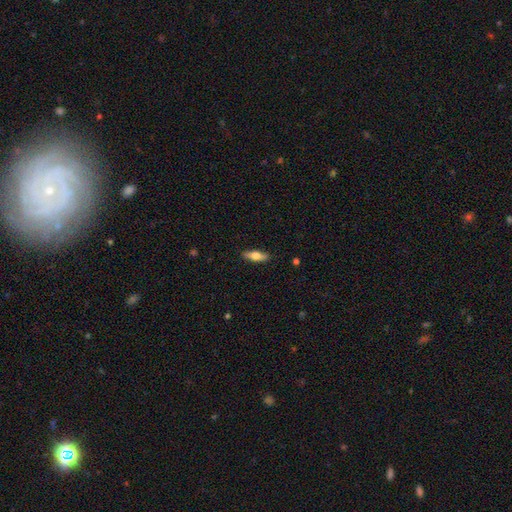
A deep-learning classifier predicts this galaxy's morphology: Smooth or featured: smooth — 59% (featured or disk — 36%)
How rounded: in between — 52% (cigar-shaped — 45%)
Merging: none — 88% (minor disturbance — 9%)